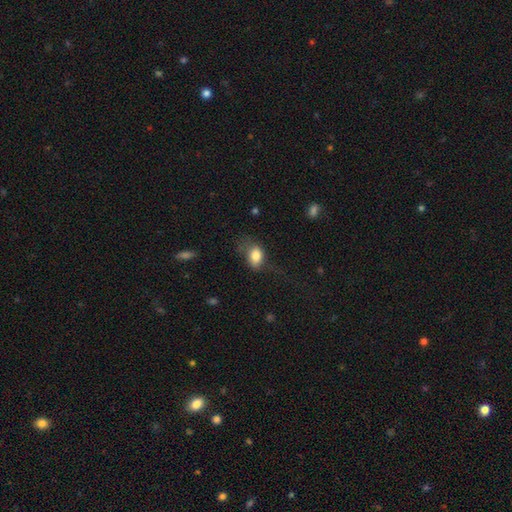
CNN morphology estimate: This is likely a smooth galaxy (80%). How rounded: likely in between (79%). Merging: marginally none (41%).